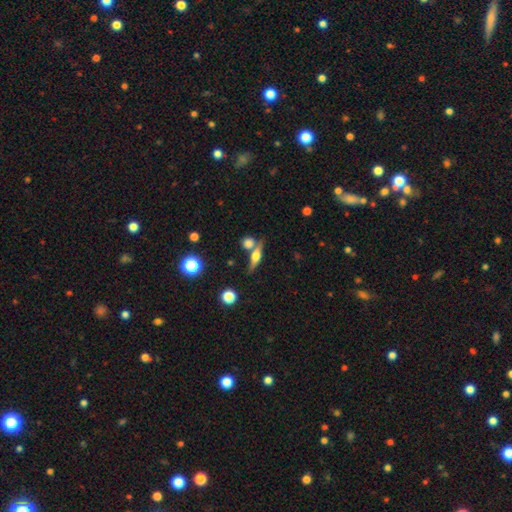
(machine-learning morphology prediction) The model was most divided on "smooth or featured": featured or disk: 52%, smooth: 39%, star or artifact: 10%. More confident: edge-on disk — yes (92%); merging — none (64%).